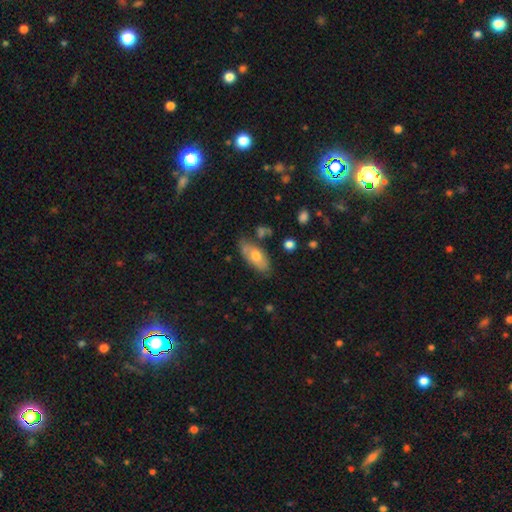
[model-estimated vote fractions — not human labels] Morphology: type=smooth (64%); roundness=in between (87%); merging=none (68%).